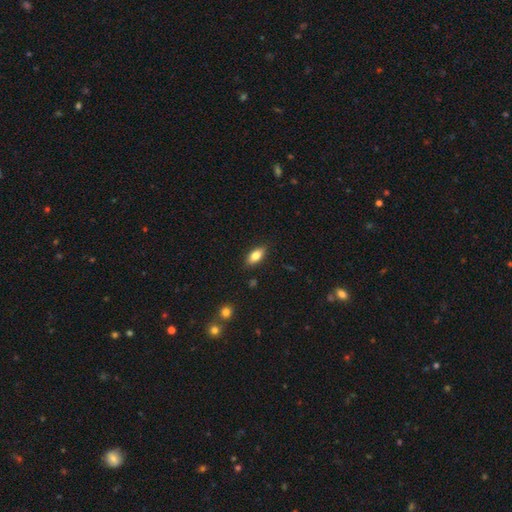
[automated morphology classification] smooth_or_featured: smooth (p=0.79) [alt: featured or disk p=0.14]
how_rounded: in between (p=0.85) [alt: cigar-shaped p=0.12]
merging: none (p=0.86) [alt: minor disturbance p=0.10]